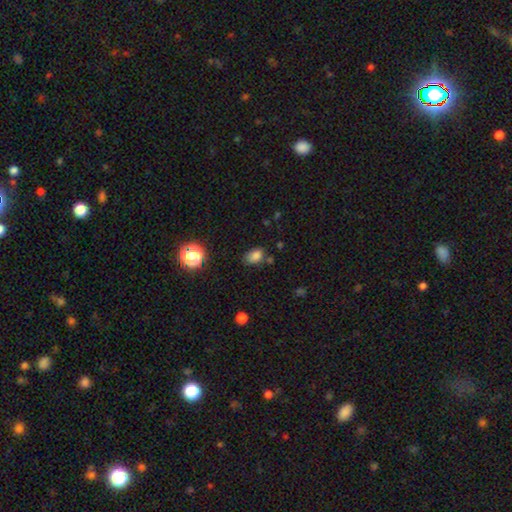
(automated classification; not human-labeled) Smooth or featured: smooth — 79% (star or artifact — 15%)
How rounded: in between — 78% (round — 20%)
Merging: none — 65% (minor disturbance — 23%)